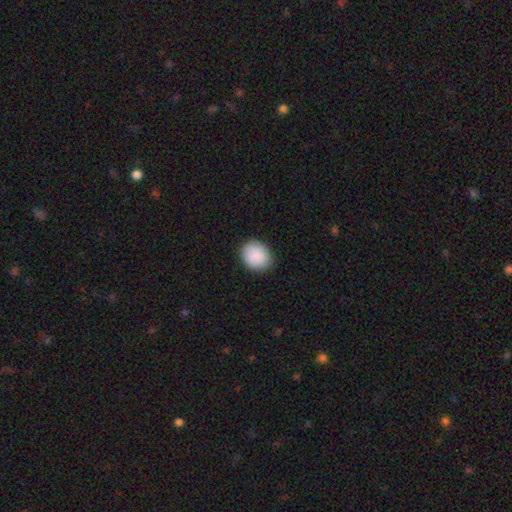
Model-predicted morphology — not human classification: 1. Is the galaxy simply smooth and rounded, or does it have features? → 90% smooth, 7% star or artifact, 3% featured or disk.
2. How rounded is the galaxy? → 62% round, 38% in between, 1% cigar-shaped.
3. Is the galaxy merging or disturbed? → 87% none, 10% minor disturbance, 2% major disturbance, 1% merger.